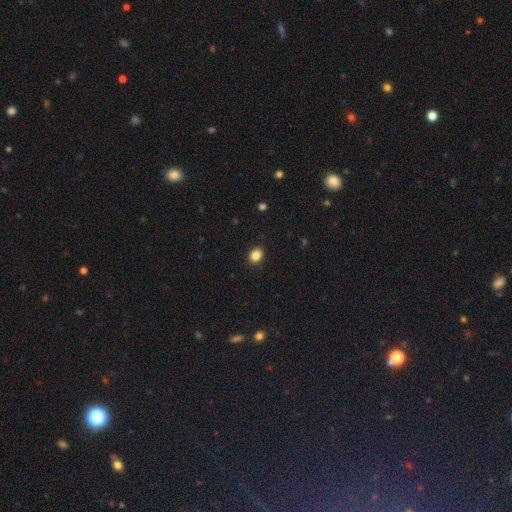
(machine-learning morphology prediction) Overall: smooth (86%). How rounded: round (54%; in between 45%). Merging: none (91%).